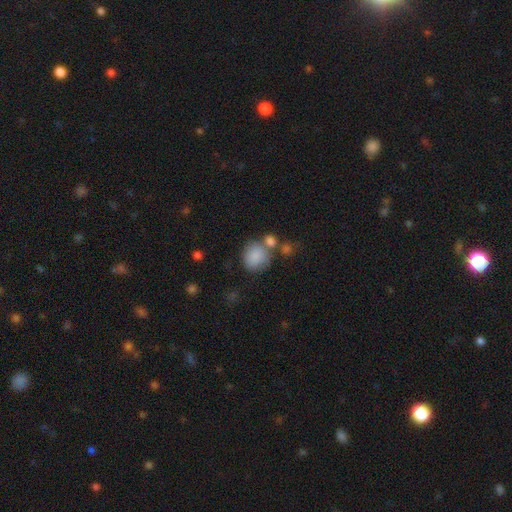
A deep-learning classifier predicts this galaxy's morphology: This appears to be a smooth galaxy with no disk features (84%) that is round (75%). Merging: none (53%).